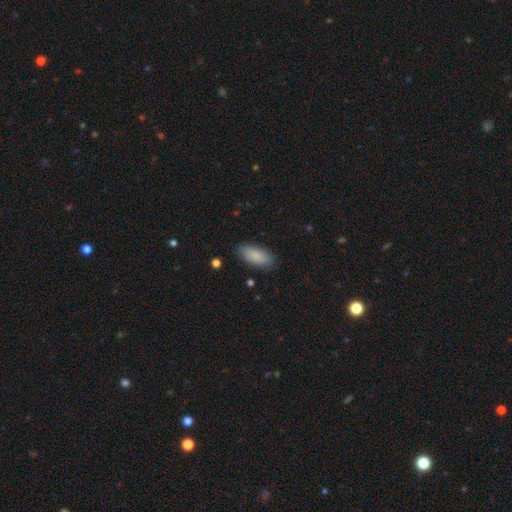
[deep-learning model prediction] smooth_or_featured: smooth (p=0.87) [alt: featured or disk p=0.07]
how_rounded: in between (p=0.86) [alt: cigar-shaped p=0.12]
merging: none (p=0.85) [alt: minor disturbance p=0.12]